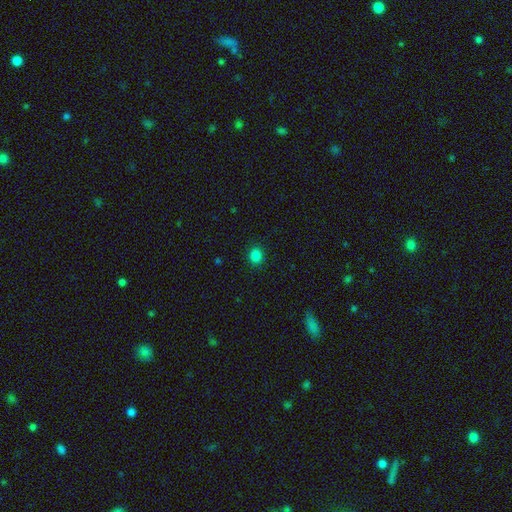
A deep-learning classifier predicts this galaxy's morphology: Smooth or featured: smooth — 84% (star or artifact — 13%)
How rounded: round — 74% (in between — 25%)
Merging: none — 91% (minor disturbance — 6%)